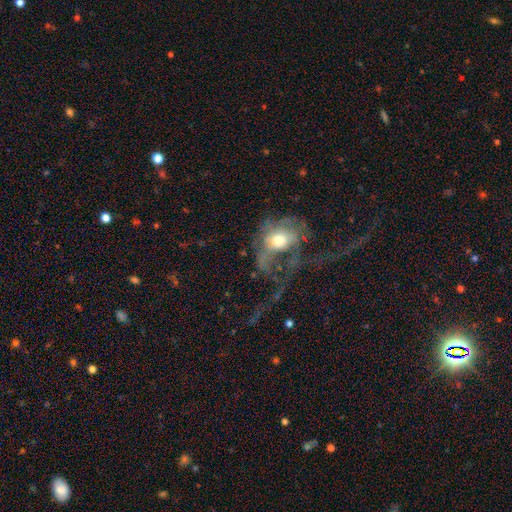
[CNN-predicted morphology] Smooth or featured?
  - featured or disk: 52% *
  - smooth: 28%
  - star or artifact: 20%
Edge-on disk?
  - no: 93% *
  - yes: 7%
Merging?
  - major disturbance: 60% *
  - none: 22%
  - minor disturbance: 12%
  - merger: 5%